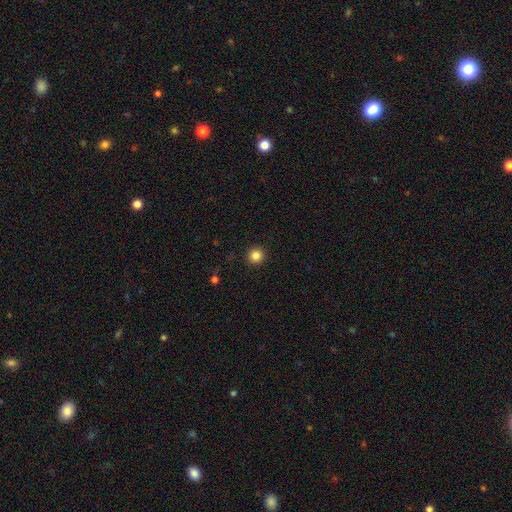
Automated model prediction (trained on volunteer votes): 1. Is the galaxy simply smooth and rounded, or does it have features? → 85% smooth, 11% star or artifact, 4% featured or disk.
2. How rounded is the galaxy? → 95% round, 4% in between, 1% cigar-shaped.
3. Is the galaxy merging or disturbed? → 93% none, 5% minor disturbance, 2% major disturbance, 1% merger.